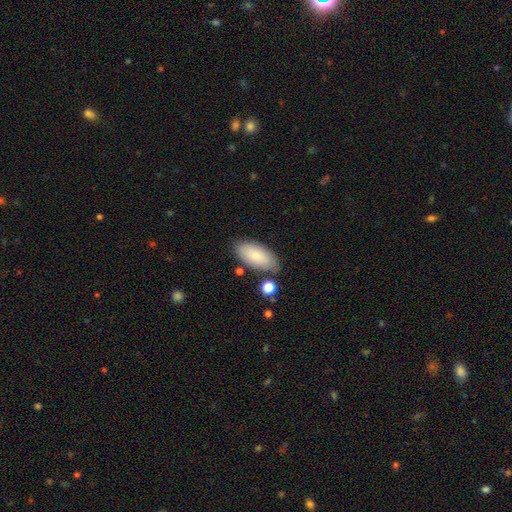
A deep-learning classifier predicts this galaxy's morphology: smooth-or-featured: smooth: 84% | featured or disk: 10% | star or artifact: 6%
  how-rounded: in between: 91% | cigar-shaped: 6% | round: 2%
  merging: none: 76% | minor disturbance: 15% | merger: 5% | major disturbance: 3%